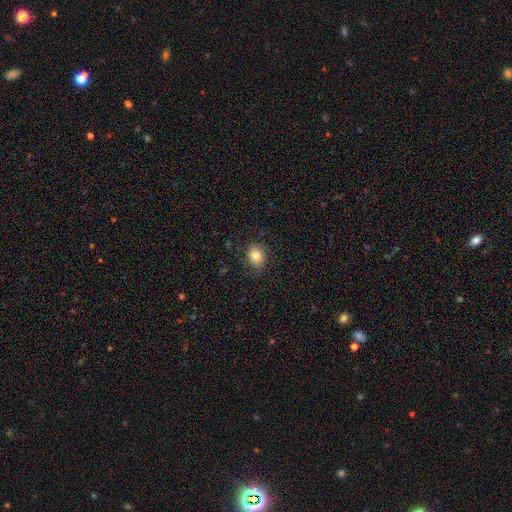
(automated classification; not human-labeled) smooth_or_featured: smooth (p=0.78) [alt: featured or disk p=0.13]
how_rounded: round (p=0.54) [alt: in between p=0.45]
merging: none (p=0.73) [alt: minor disturbance p=0.19]